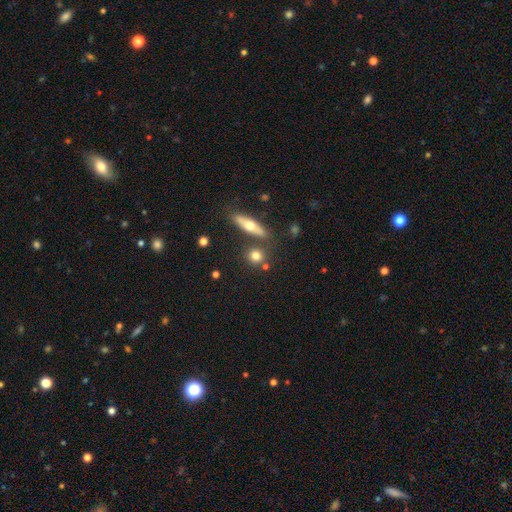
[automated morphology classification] smooth-or-featured: smooth: 73% | featured or disk: 18% | star or artifact: 9%
  how-rounded: round: 74% | in between: 17% | cigar-shaped: 8%
  merging: none: 75% | merger: 12% | minor disturbance: 9% | major disturbance: 3%